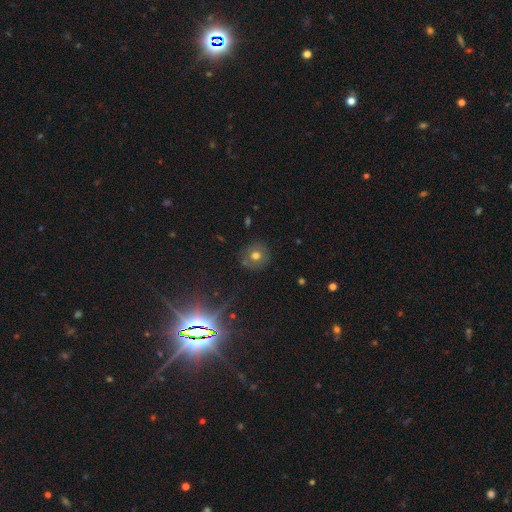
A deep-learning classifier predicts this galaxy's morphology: Smooth or featured: smooth — 62% (star or artifact — 19%)
How rounded: round — 91% (in between — 8%)
Merging: none — 84% (minor disturbance — 10%)